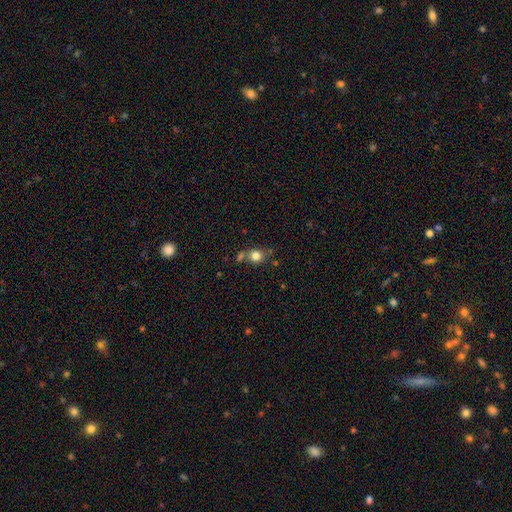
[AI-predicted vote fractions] Smooth or featured?
  - smooth: 79% *
  - star or artifact: 11%
  - featured or disk: 9%
How rounded?
  - round: 75% *
  - in between: 24%
  - cigar-shaped: 1%
Merging?
  - none: 58% *
  - merger: 22%
  - minor disturbance: 15%
  - major disturbance: 5%